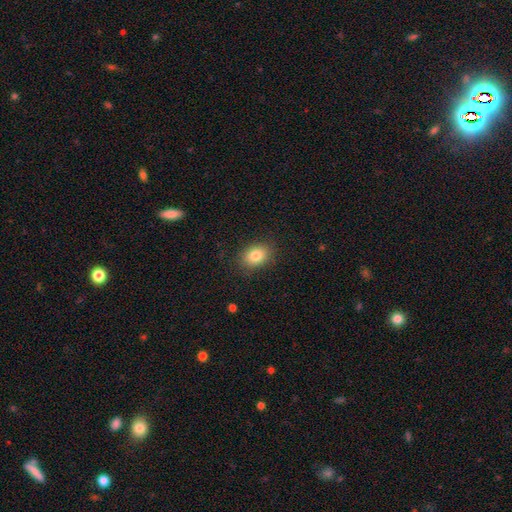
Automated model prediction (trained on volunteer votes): This is clearly a smooth galaxy (82%). How rounded: likely in between (69%). Merging: clearly none (86%).